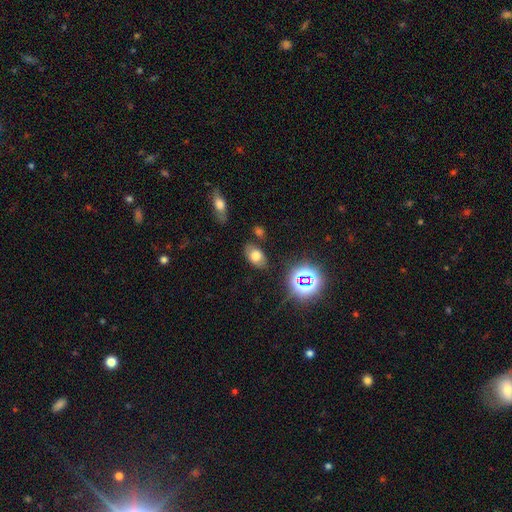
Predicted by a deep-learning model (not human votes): Smooth or featured: smooth — 67% (star or artifact — 17%)
How rounded: in between — 87% (round — 12%)
Merging: none — 78% (minor disturbance — 14%)